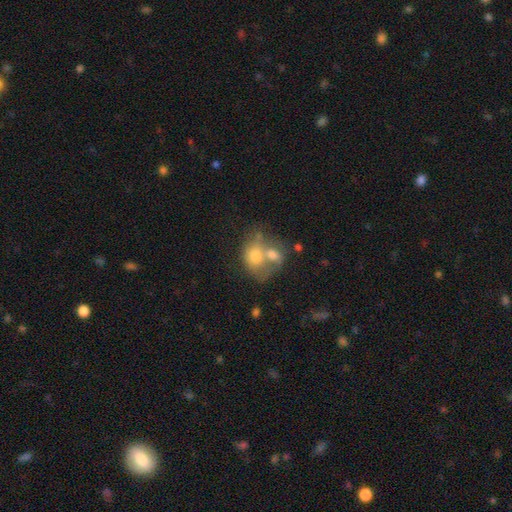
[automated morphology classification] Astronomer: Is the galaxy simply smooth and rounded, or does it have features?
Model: smooth — 63%.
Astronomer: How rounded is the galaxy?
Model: in between — 60% (runner-up: round, 39%).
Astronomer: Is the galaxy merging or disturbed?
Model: merger — 67%.